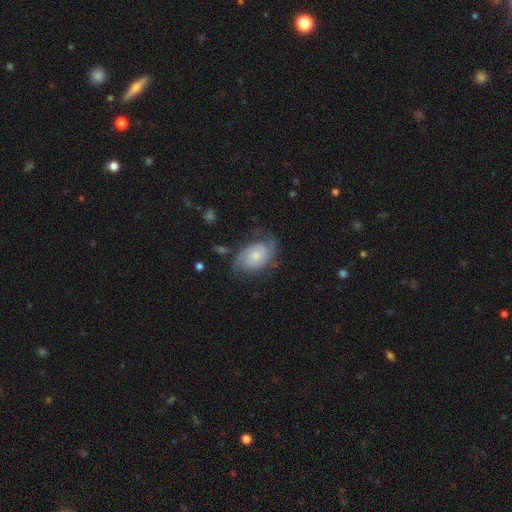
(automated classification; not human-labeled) Overall: featured or disk (70%). Edge-on disk: no (96%). Bar: no (74%). Spiral arms: yes (91%). Spiral arm count: 2 (75%). Spiral winding: tight (43%; medium 38%). Bulge size: small (48%; moderate 41%). Merging: none (61%; minor disturbance 23%).